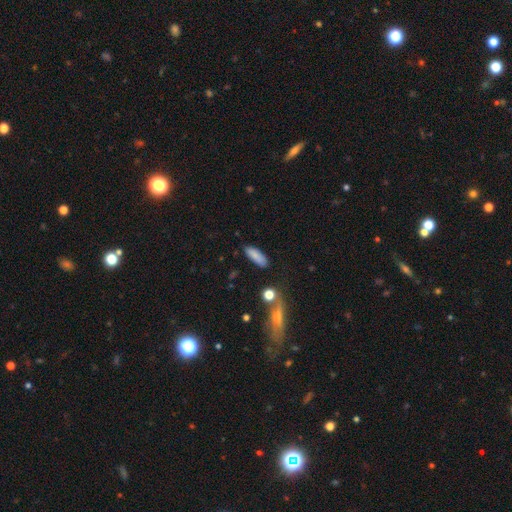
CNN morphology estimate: Smooth or featured?
  - smooth: 82% *
  - featured or disk: 10%
  - star or artifact: 8%
How rounded?
  - in between: 61% *
  - cigar-shaped: 36%
  - round: 3%
Merging?
  - none: 80% *
  - minor disturbance: 13%
  - merger: 4%
  - major disturbance: 3%